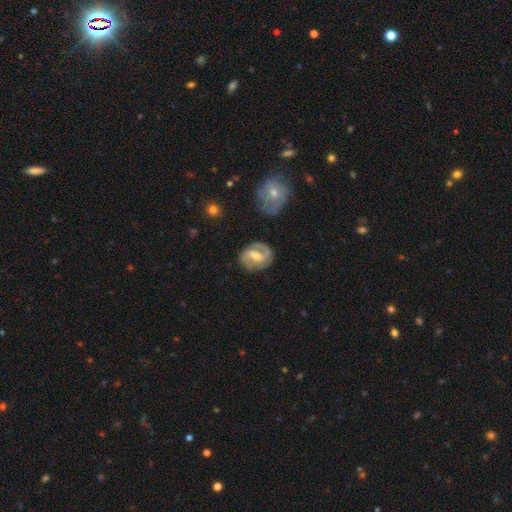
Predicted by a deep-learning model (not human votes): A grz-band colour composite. It shows a featured or disk galaxy (77%) with a weak bar (49%), 2 (87%) medium (49%) spiral arms (90%) and a moderate central bulge (54%). Merging: none (78%).